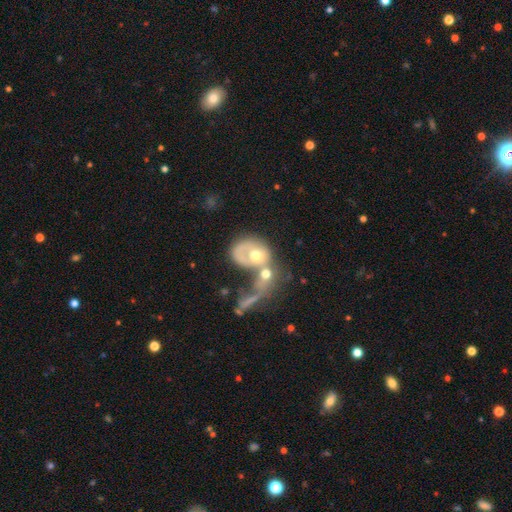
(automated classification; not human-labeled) smooth_or_featured: featured or disk (p=0.50) [alt: smooth p=0.39]
disk_edge_on: no (p=0.94) [alt: yes p=0.06]
merging: merger (p=0.62) [alt: major disturbance p=0.18]